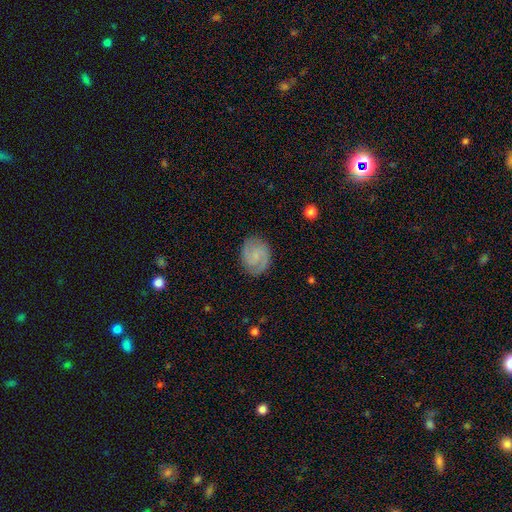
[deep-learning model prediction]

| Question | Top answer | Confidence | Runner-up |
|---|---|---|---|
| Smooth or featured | featured or disk | 71% | smooth (23%) |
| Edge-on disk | no | 98% | yes (2%) |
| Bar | no | 54% | weak (40%) |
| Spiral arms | yes | 95% | no (5%) |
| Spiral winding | medium | 48% | tight (38%) |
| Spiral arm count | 2 | 84% | can't tell (7%) |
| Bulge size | small | 59% | none (26%) |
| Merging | none | 83% | minor disturbance (12%) |